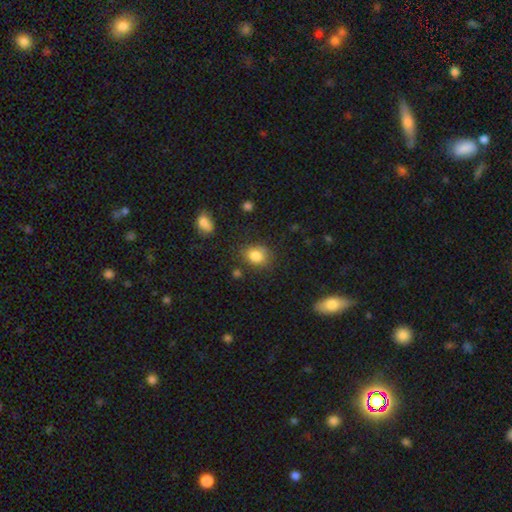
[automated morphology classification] smooth_or_featured: smooth (p=0.83) [alt: star or artifact p=0.10]
how_rounded: in between (p=0.51) [alt: round p=0.48]
merging: none (p=0.72) [alt: minor disturbance p=0.19]